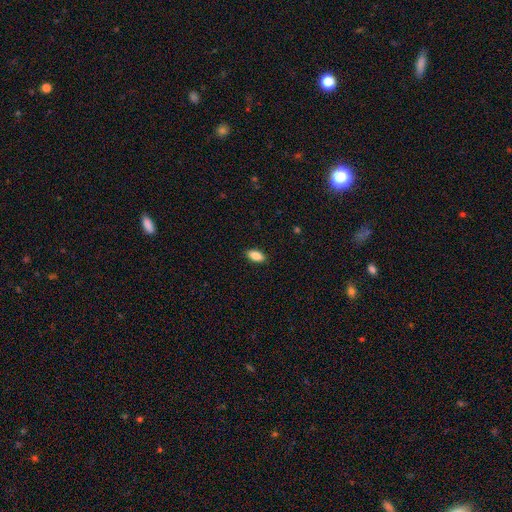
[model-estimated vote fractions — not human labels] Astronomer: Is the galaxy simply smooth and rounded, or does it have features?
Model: smooth — 86%.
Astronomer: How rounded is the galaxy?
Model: in between — 90%.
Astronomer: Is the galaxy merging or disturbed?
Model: none — 89%.